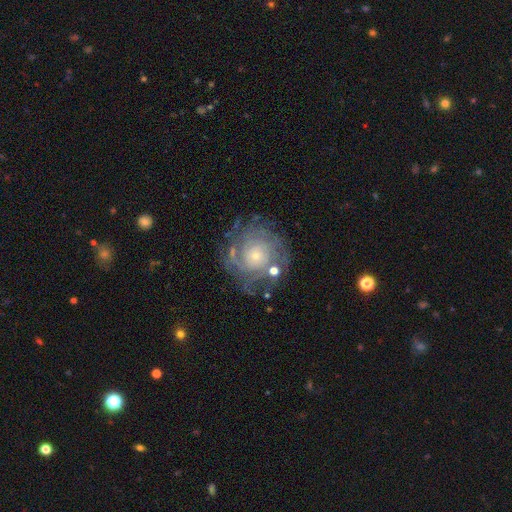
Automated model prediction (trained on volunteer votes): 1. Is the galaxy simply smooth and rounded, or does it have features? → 78% featured or disk, 13% smooth, 9% star or artifact.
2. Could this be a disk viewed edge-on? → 97% no, 3% yes.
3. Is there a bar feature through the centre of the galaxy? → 82% no, 15% weak, 3% strong.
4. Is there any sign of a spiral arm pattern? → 88% yes, 12% no.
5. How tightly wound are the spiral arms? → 71% tight, 21% medium, 7% loose.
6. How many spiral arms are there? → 45% can't tell, 15% 4, 13% more than 4, 12% 3, 10% 2, 6% 1.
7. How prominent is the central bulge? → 72% small, 22% moderate, 3% large, 2% none, 1% dominant.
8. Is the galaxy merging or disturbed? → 74% none, 14% minor disturbance, 8% major disturbance, 4% merger.